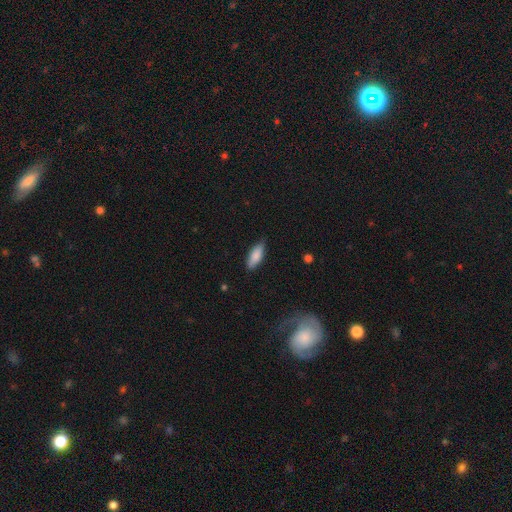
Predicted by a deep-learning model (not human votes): Morphology: type=smooth (83%); roundness=in between (66%); merging=none (82%).